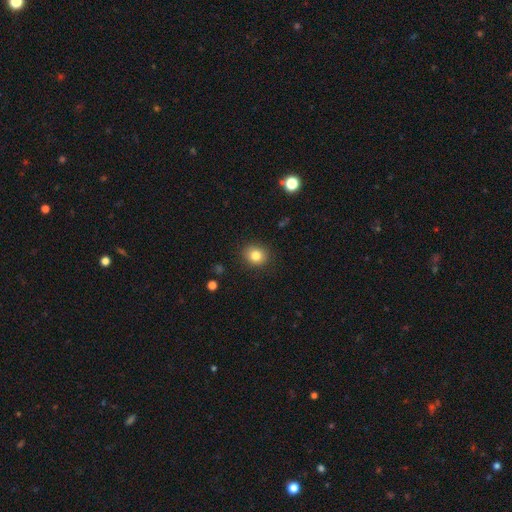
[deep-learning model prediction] smooth 82%, star or artifact 11%, featured or disk 7%. Down the decision tree: how rounded — round (73%); merging — none (88%).